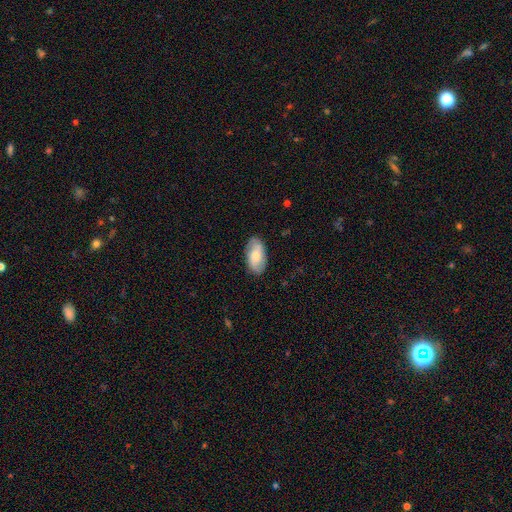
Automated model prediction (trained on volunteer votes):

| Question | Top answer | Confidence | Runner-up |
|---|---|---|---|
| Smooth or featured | smooth | 59% | featured or disk (34%) |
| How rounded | in between | 94% | round (3%) |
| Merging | none | 83% | minor disturbance (13%) |